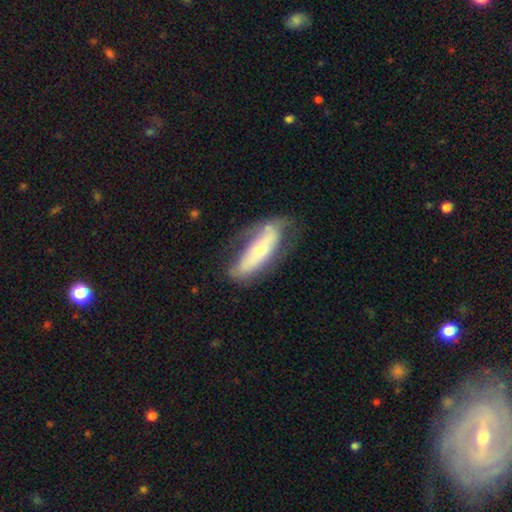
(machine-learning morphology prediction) Overall: featured or disk (61%; smooth 32%). Edge-on disk: no (71%). Merging: none (58%; minor disturbance 24%).